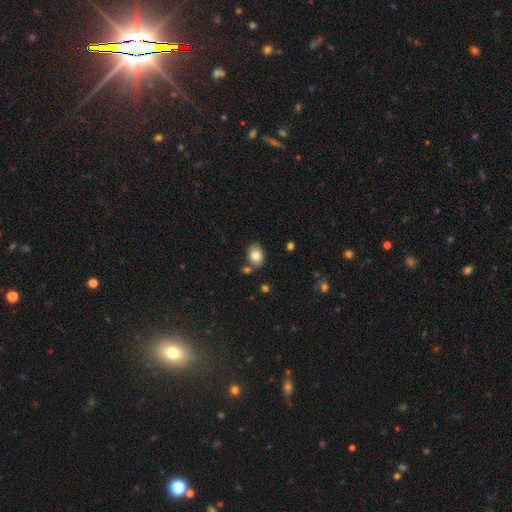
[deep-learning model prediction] A smooth galaxy with no disk features (80%) that is in between round and cigar-shaped (71%). Merging: none (72%).